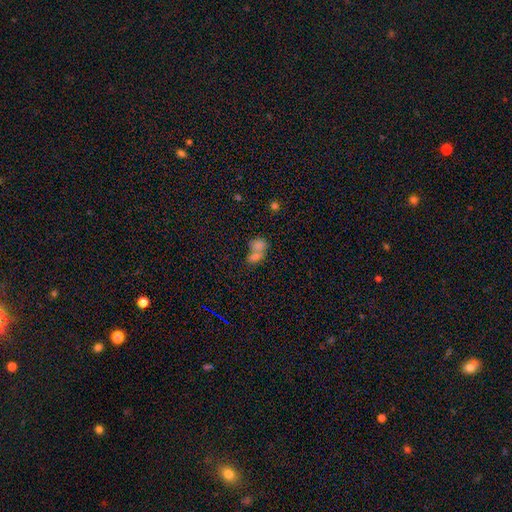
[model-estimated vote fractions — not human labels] This appears to be a smooth galaxy with no disk features (66%) that is in between round and cigar-shaped (63%). Merging: merger (67%).